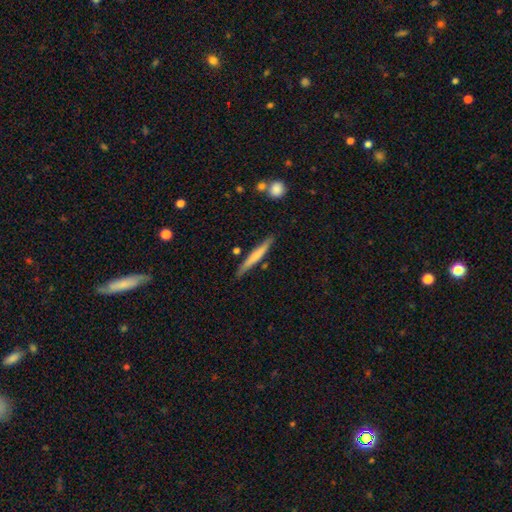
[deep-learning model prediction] A smooth galaxy with no disk features (56%) that is cigar-shaped (95%).

Vote fractions:
- Smooth or featured? smooth: 56% / featured or disk: 38% / star or artifact: 5%
- How rounded? cigar-shaped: 95% / in between: 4% / round: 1%
- Merging? none: 83% / minor disturbance: 11% / merger: 3% / major disturbance: 2%